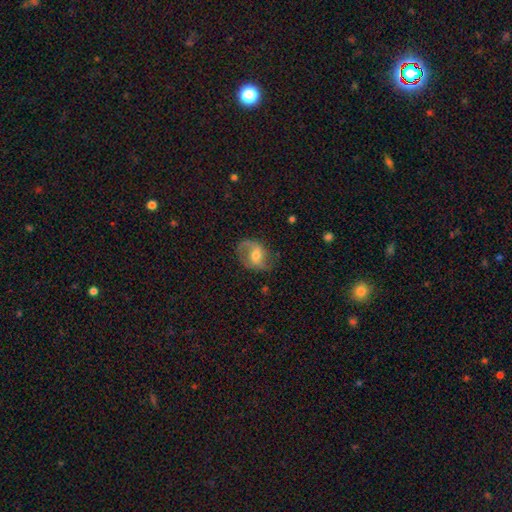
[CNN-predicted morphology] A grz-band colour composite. It shows a featured or disk galaxy (69%) with a weak bar (44%), 2 (81%) medium (45%) spiral arms (87%) and a moderate central bulge (64%). Merging: none (70%).